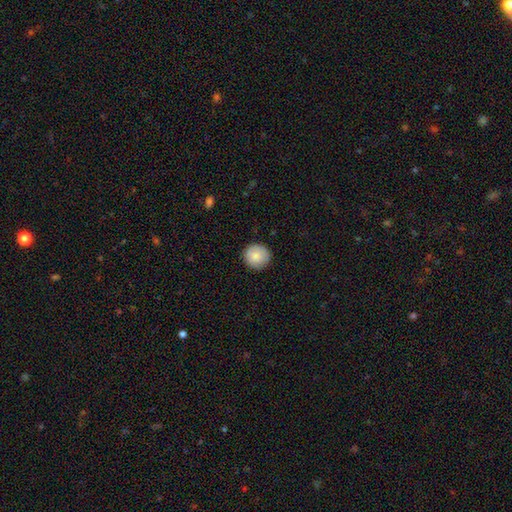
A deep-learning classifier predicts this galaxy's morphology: smooth 85%, featured or disk 8%, star or artifact 7%. Down the decision tree: how rounded — round (95%); merging — none (90%).